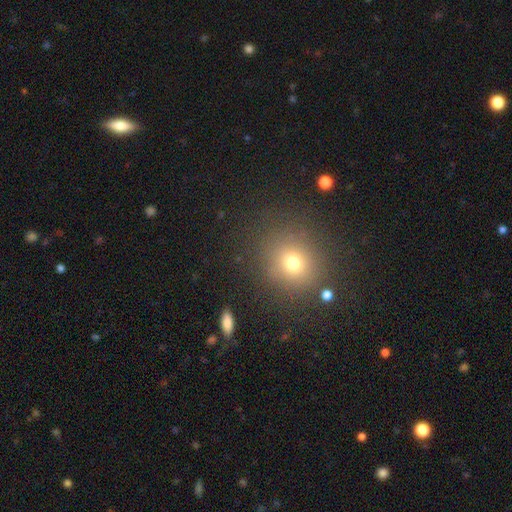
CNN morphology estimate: type=smooth (60%); roundness=round (86%); merging=none (89%).